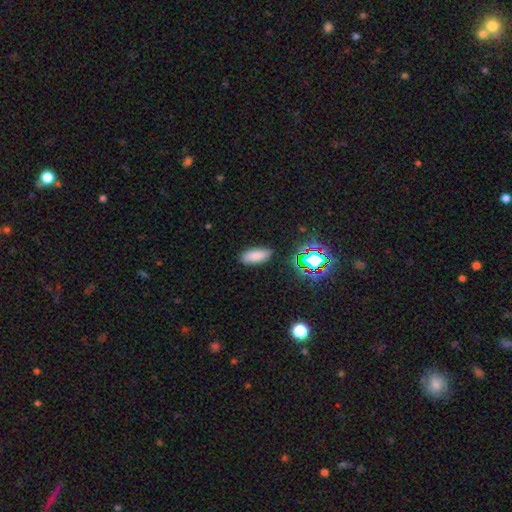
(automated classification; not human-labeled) This is likely a smooth galaxy (79%). How rounded: clearly in between (83%). Merging: clearly none (85%).